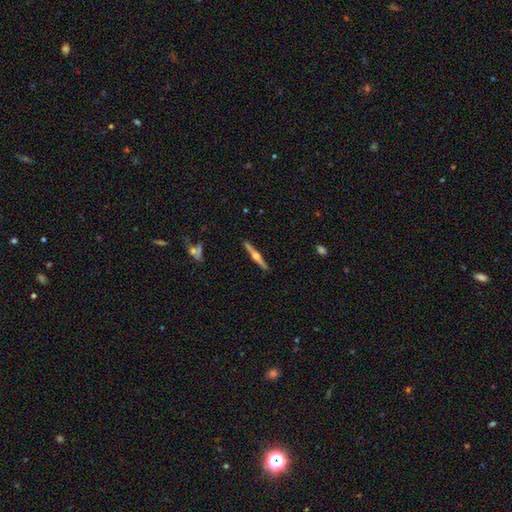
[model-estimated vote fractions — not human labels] This appears to be a featured or disk galaxy (74%) viewed edge-on (98%) with a rounded central bulge (89%). Merging: none (89%).